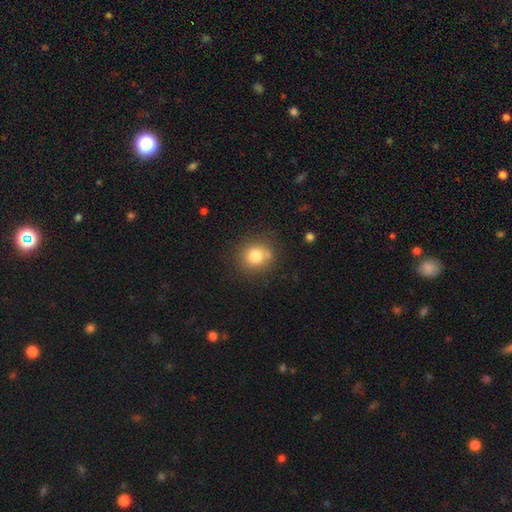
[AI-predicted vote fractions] Overall: smooth (79%). How rounded: round (83%). Merging: none (74%).